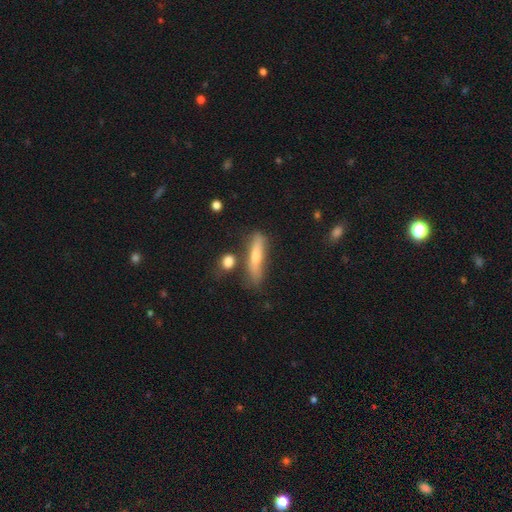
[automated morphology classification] Smooth or featured?
  - smooth: 59% *
  - featured or disk: 33%
  - star or artifact: 8%
How rounded?
  - cigar-shaped: 81% *
  - in between: 16%
  - round: 3%
Merging?
  - none: 69% *
  - minor disturbance: 18%
  - merger: 7%
  - major disturbance: 6%